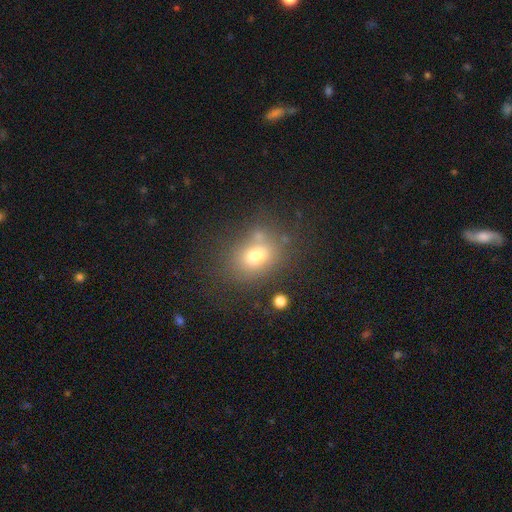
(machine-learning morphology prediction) Q: Smooth or featured?
A: smooth (72%); runner-up: featured or disk (15%)
Q: How rounded?
A: in between (60%); runner-up: round (39%)
Q: Merging?
A: none (64%); runner-up: minor disturbance (17%)